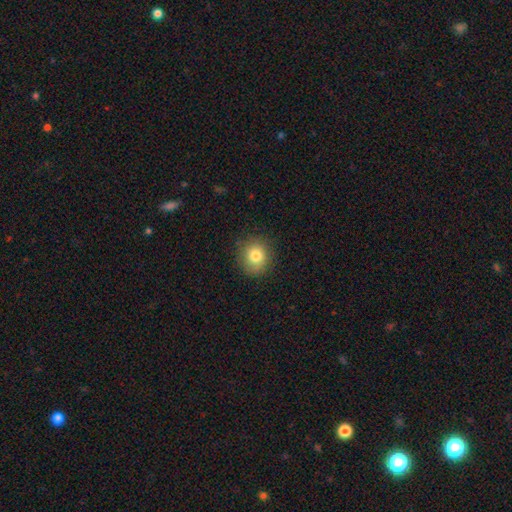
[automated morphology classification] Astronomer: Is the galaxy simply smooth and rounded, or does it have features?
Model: smooth — 80%.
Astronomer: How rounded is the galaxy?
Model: round — 87%.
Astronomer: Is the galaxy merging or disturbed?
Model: none — 87%.